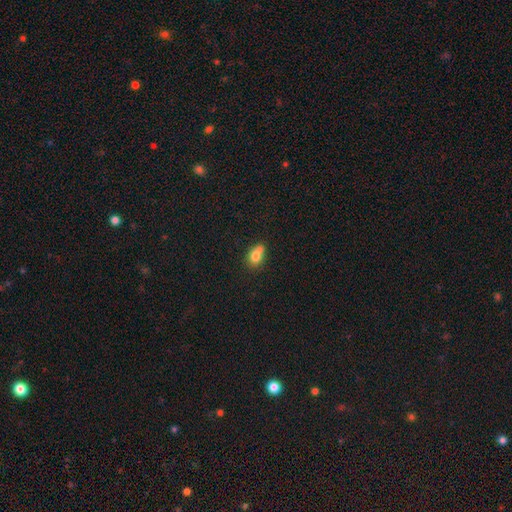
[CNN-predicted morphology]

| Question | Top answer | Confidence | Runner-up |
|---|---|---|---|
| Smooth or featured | smooth | 76% | featured or disk (14%) |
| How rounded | in between | 54% | round (44%) |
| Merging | none | 39% | tied: merger (39%) |